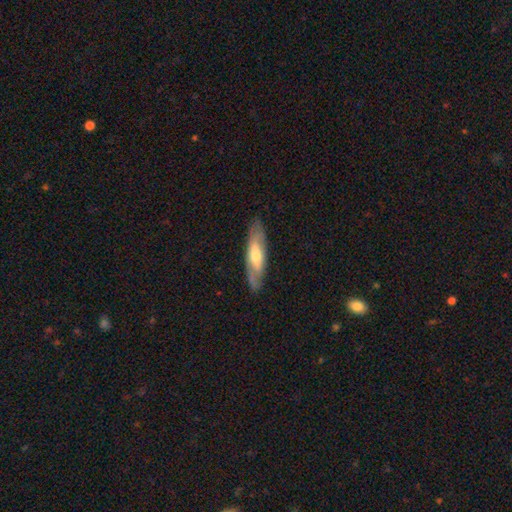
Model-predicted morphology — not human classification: smooth_or_featured: featured or disk (p=0.53) [alt: smooth p=0.42]
disk_edge_on: no (p=0.55) [alt: yes p=0.45]
merging: none (p=0.82) [alt: minor disturbance p=0.13]